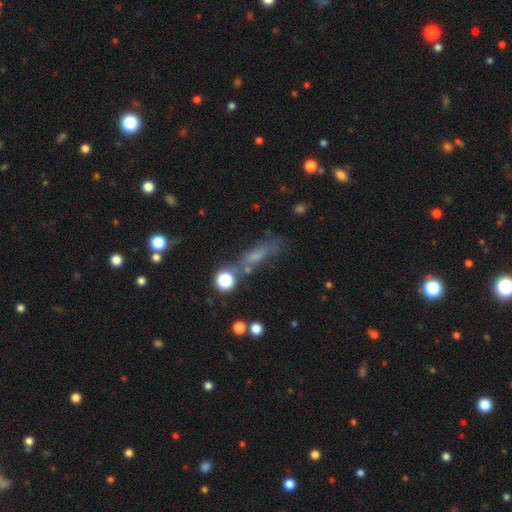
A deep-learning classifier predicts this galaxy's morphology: Overall: smooth (53%; featured or disk 24%). How rounded: cigar-shaped (61%; in between 31%). Merging: none (54%; minor disturbance 21%).